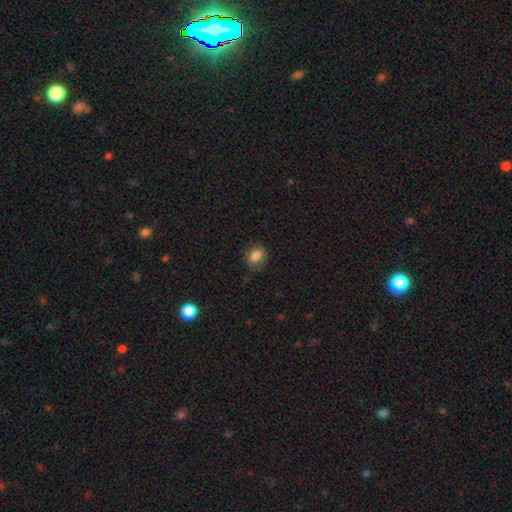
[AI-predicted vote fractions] This is clearly a smooth galaxy (84%). How rounded: possibly in between (51%). Merging: likely none (79%).